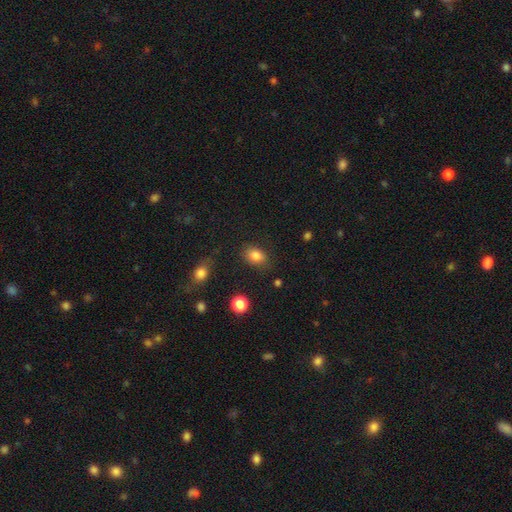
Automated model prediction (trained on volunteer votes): Morphology: type=smooth (83%); roundness=in between (73%); merging=none (80%).